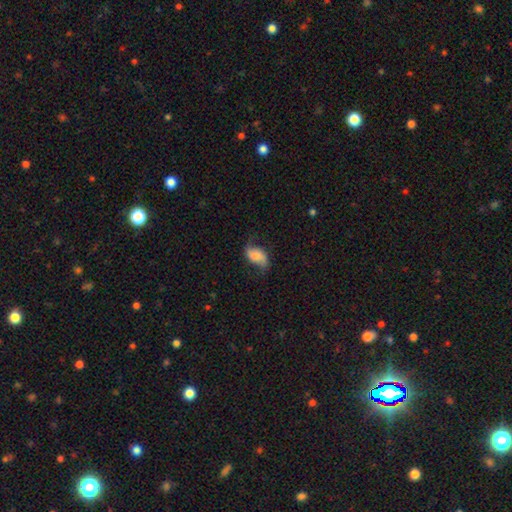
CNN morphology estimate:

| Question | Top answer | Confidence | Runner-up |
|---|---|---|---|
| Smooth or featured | smooth | 46% | featured or disk (45%) |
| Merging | none | 61% | minor disturbance (26%) |